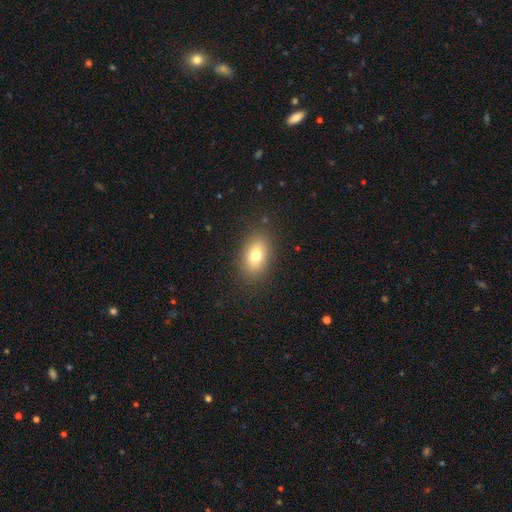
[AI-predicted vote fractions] The model was most divided on "smooth or featured": smooth: 75%, featured or disk: 14%, star or artifact: 10%. More confident: merging — none (86%); how rounded — in between (85%).